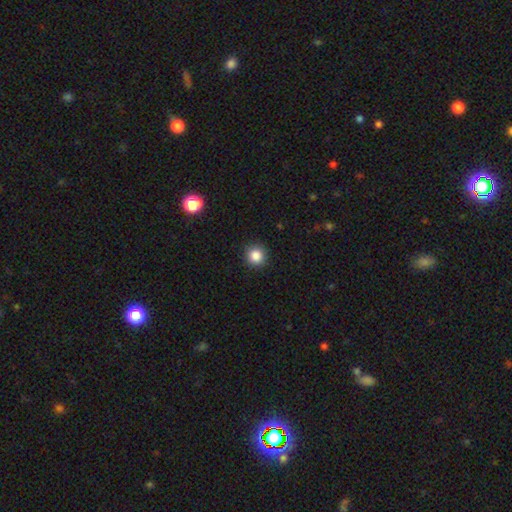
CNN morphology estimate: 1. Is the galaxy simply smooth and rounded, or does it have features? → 85% smooth, 11% star or artifact, 4% featured or disk.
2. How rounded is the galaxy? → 94% round, 5% in between, 1% cigar-shaped.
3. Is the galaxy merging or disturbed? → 91% none, 6% minor disturbance, 2% major disturbance, 1% merger.